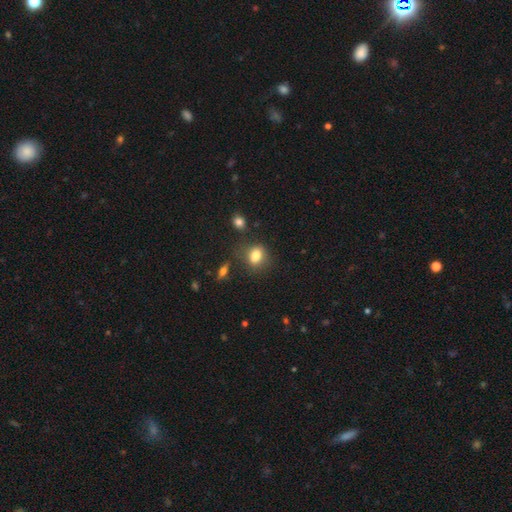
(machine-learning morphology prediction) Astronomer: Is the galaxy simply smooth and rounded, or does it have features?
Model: smooth — 81%.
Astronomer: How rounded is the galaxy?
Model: in between — 56% (runner-up: round, 42%).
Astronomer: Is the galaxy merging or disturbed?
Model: none — 73%.